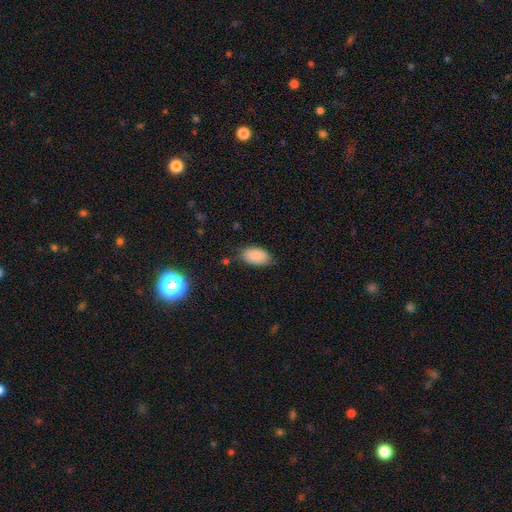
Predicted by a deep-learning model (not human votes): Overall: smooth (87%). How rounded: in between (94%). Merging: none (74%).